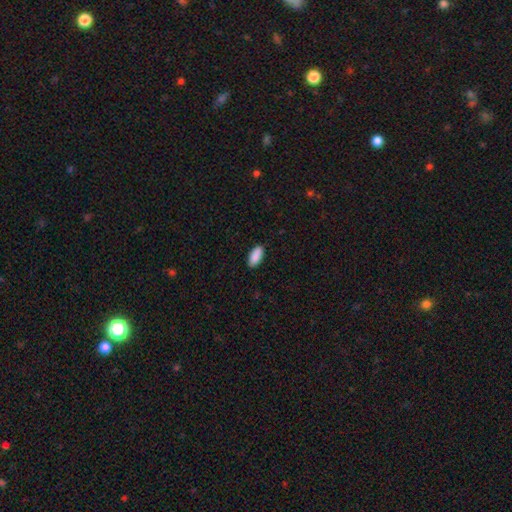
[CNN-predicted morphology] Smooth or featured? smooth (90%)
How rounded? in between (89%)
Merging? none (89%)